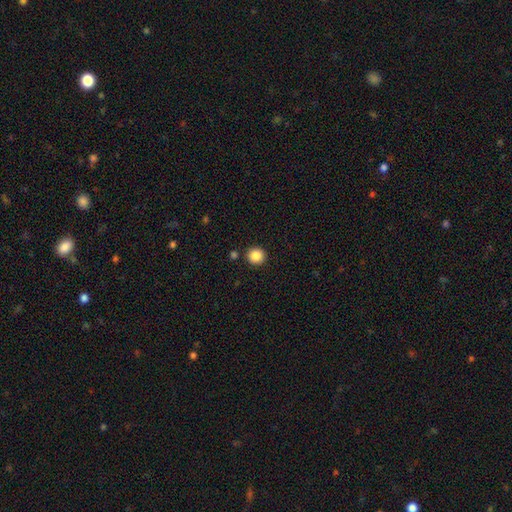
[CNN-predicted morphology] smooth 87%, star or artifact 10%, featured or disk 4%. Down the decision tree: how rounded — round (94%); merging — none (89%).